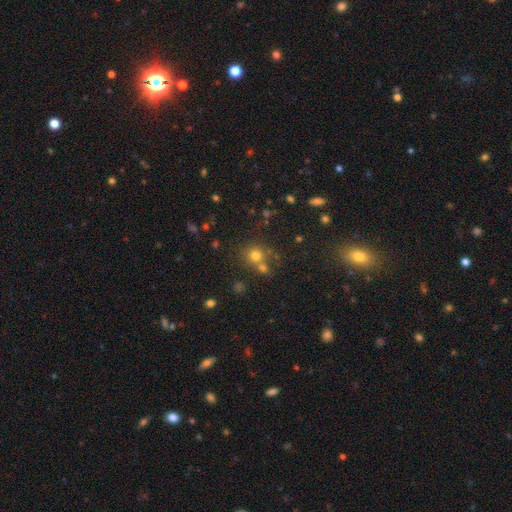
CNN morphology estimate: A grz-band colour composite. It shows a smooth galaxy with no disk features (71%) that is round (85%). Merging: none (56%).